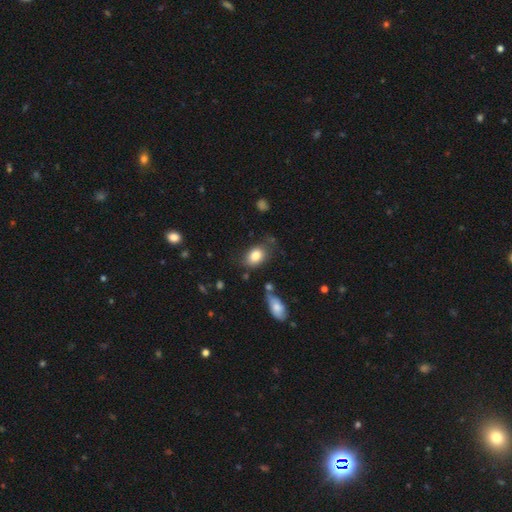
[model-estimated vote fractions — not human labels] This appears to be a smooth galaxy with no disk features (81%) that is in between round and cigar-shaped (78%). Merging: none (70%).